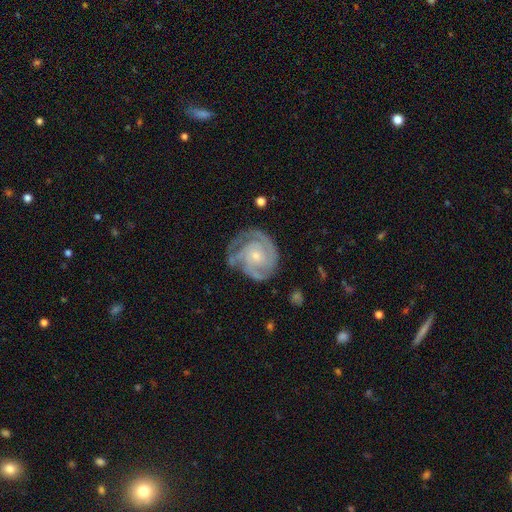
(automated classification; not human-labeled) smooth_or_featured: featured or disk (p=0.87) [alt: smooth p=0.09]
disk_edge_on: no (p=0.98) [alt: yes p=0.02]
bar: no (p=0.71) [alt: weak p=0.24]
has_spiral_arms: yes (p=0.97) [alt: no p=0.03]
spiral_winding: tight (p=0.69) [alt: medium p=0.27]
spiral_arm_count: 3 (p=0.35) [alt: 2 p=0.30]
bulge_size: small (p=0.67) [alt: moderate p=0.27]
merging: none (p=0.63) [alt: minor disturbance p=0.23]